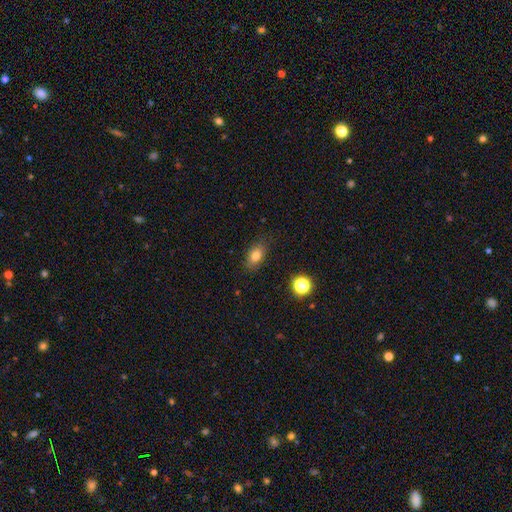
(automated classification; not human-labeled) Smooth or featured: smooth — 80% (star or artifact — 11%)
How rounded: in between — 84% (round — 13%)
Merging: none — 85% (minor disturbance — 11%)